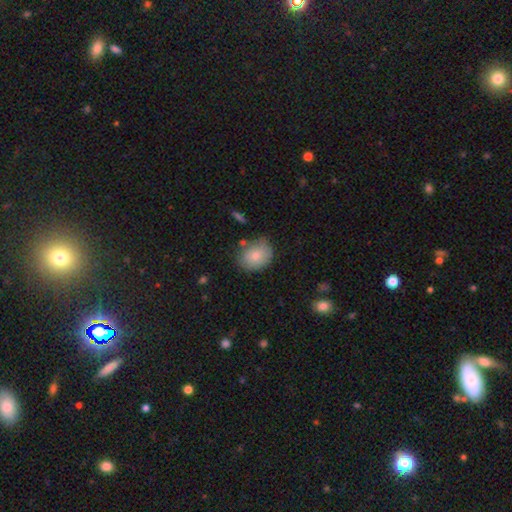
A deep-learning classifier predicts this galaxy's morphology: This is likely a smooth galaxy (80%). How rounded: likely in between (61%). Merging: likely none (71%).